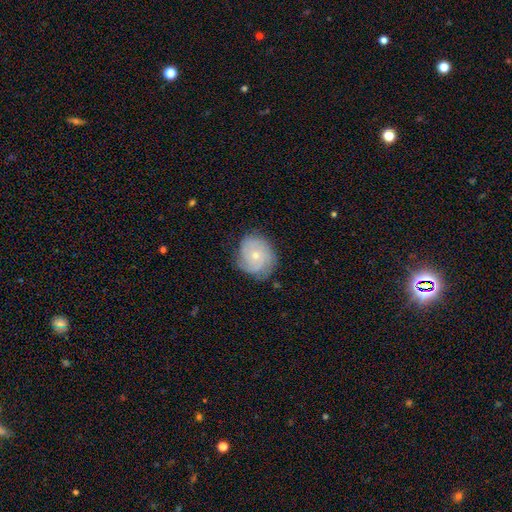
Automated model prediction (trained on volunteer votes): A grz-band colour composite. It shows a featured or disk galaxy (62%) with no bar (83%), tight (60%) spiral arms (88%) and a small central bulge (67%). Merging: none (71%).